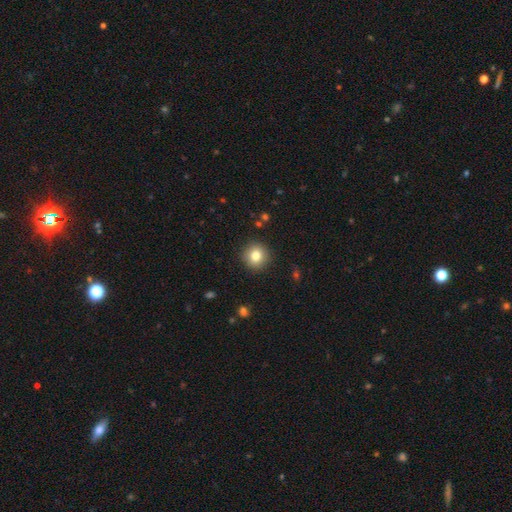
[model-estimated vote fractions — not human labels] Q: Smooth or featured?
A: smooth (81%); runner-up: star or artifact (10%)
Q: How rounded?
A: round (93%); runner-up: in between (6%)
Q: Merging?
A: none (91%); runner-up: minor disturbance (6%)